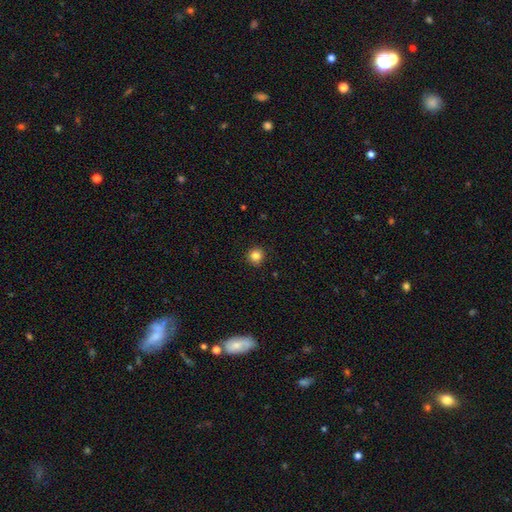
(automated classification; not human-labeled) Smooth or featured?
  - smooth: 83% *
  - star or artifact: 12%
  - featured or disk: 5%
How rounded?
  - round: 95% *
  - in between: 4%
  - cigar-shaped: 1%
Merging?
  - none: 92% *
  - minor disturbance: 5%
  - major disturbance: 2%
  - merger: 1%